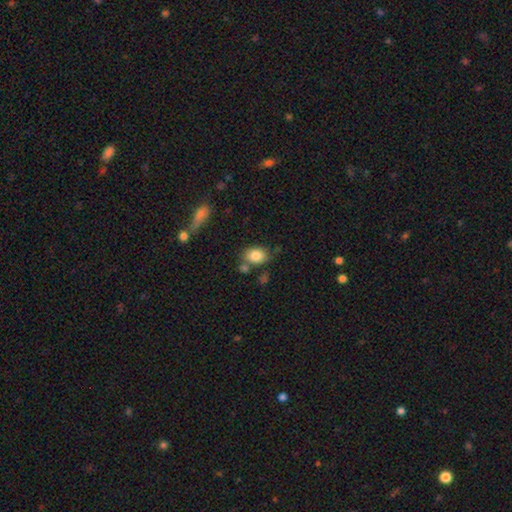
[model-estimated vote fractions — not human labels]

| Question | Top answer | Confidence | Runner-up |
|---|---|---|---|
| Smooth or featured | smooth | 84% | star or artifact (8%) |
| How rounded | in between | 73% | round (26%) |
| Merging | none | 67% | minor disturbance (16%) |